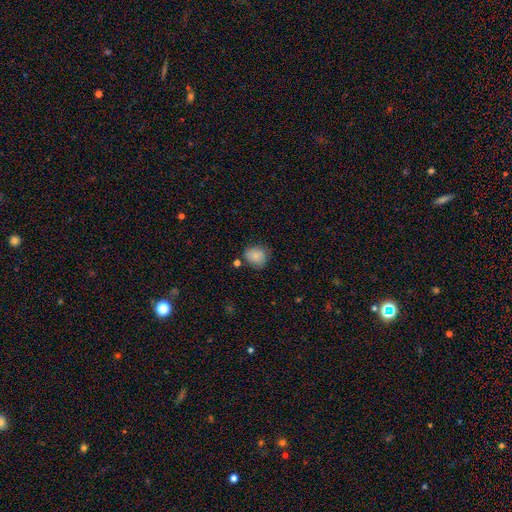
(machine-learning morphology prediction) This appears to be a smooth galaxy with no disk features (80%) that is round (72%). Merging: none (67%).